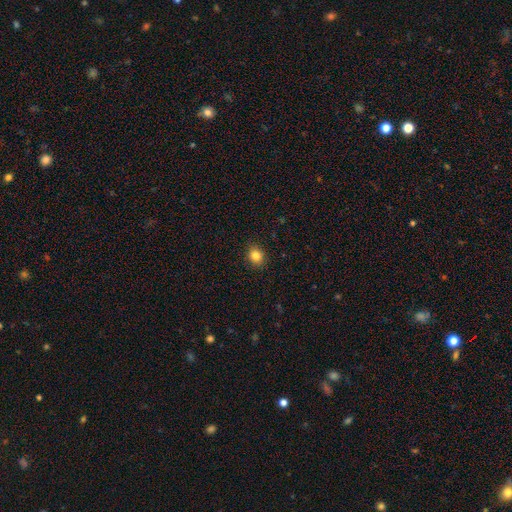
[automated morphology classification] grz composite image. It shows a smooth galaxy with no disk features (83%) that is round (71%). Merging: none (91%).